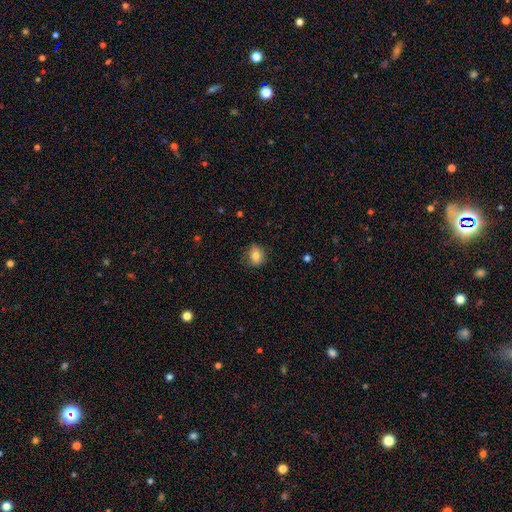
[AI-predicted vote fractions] The model was most divided on "how rounded": round: 58%, in between: 41%, cigar-shaped: 1%. More confident: smooth or featured — smooth (80%); merging — none (79%).